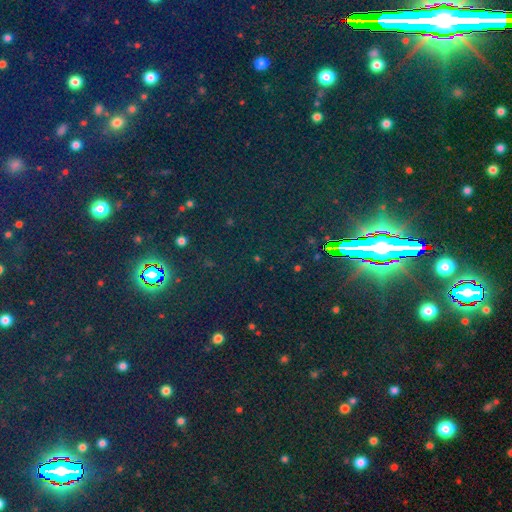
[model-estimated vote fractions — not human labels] This appears to be a star or artifact, not a galaxy (79%).